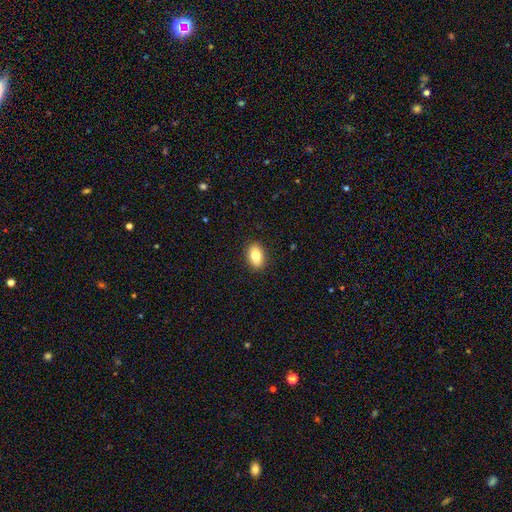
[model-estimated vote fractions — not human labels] Smooth or featured? smooth (84%)
How rounded? in between (89%)
Merging? none (90%)